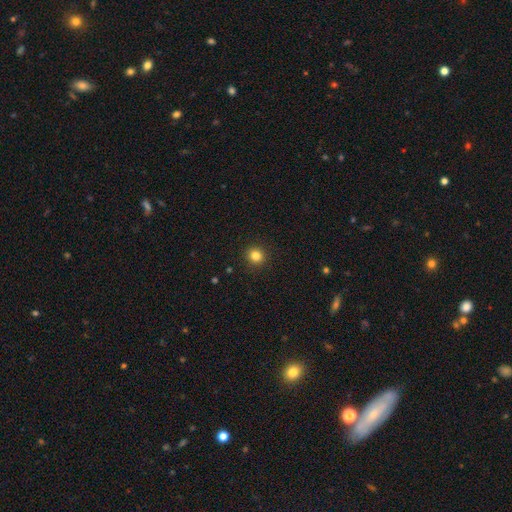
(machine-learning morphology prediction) Smooth or featured?
  - smooth: 83% *
  - star or artifact: 13%
  - featured or disk: 5%
How rounded?
  - round: 91% *
  - in between: 8%
  - cigar-shaped: 1%
Merging?
  - none: 92% *
  - minor disturbance: 5%
  - major disturbance: 2%
  - merger: 1%